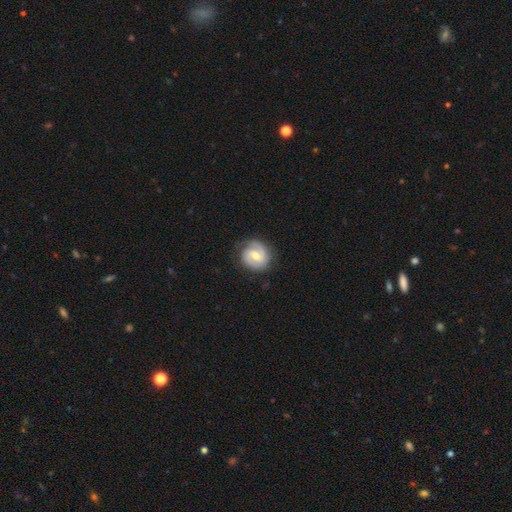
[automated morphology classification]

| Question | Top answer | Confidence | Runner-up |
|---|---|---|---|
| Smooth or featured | featured or disk | 77% | smooth (18%) |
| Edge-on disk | no | 98% | yes (2%) |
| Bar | weak | 55% | no (31%) |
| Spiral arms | yes | 94% | no (6%) |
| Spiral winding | tight | 47% | medium (41%) |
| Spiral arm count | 2 | 84% | can't tell (7%) |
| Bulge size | moderate | 59% | small (36%) |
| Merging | none | 80% | minor disturbance (14%) |